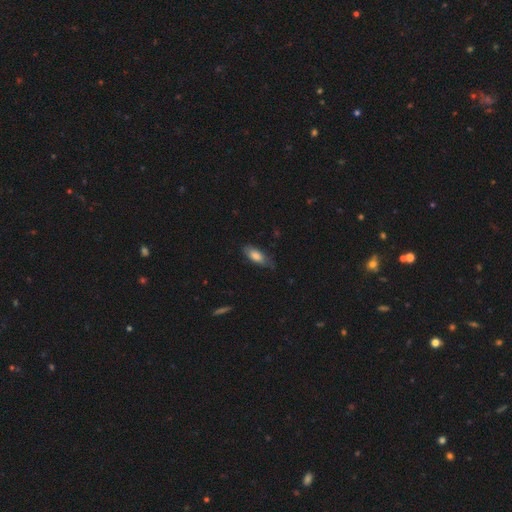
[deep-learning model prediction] A smooth galaxy with no disk features (78%) that is in between round and cigar-shaped (78%).

Vote fractions:
- Smooth or featured? smooth: 78% / featured or disk: 15% / star or artifact: 6%
- How rounded? in between: 78% / cigar-shaped: 20% / round: 2%
- Merging? none: 66% / minor disturbance: 27% / major disturbance: 6% / merger: 1%